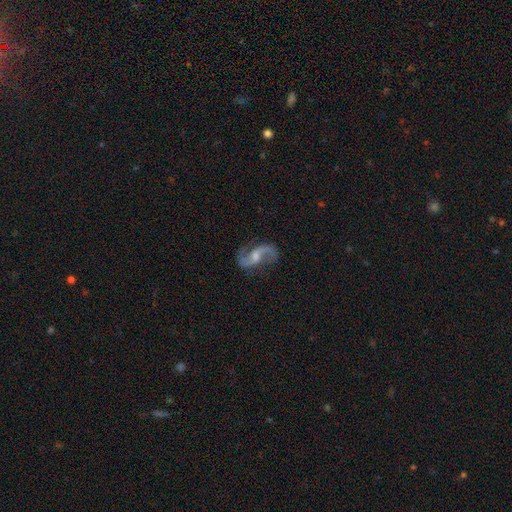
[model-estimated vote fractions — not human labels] Morphology: type=featured or disk (90%); edge-on=no (97%); bar=weak (47%); spiral arms=yes (97%); winding=loose (65%); arm count=2 (94%); bulge=moderate (45%); merging=none (78%).